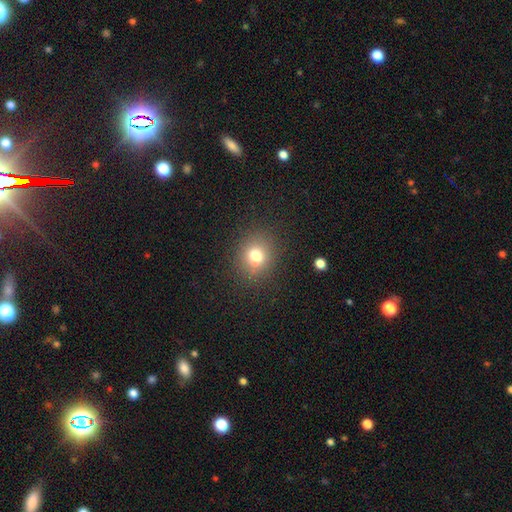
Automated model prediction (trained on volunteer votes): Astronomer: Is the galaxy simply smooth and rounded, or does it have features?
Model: smooth — 72%.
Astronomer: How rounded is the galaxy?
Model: round — 75%.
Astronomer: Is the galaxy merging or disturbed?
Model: none — 73%.